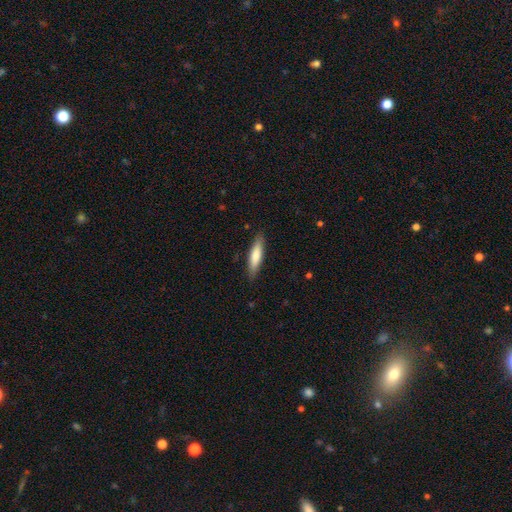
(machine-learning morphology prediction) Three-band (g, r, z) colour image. It shows a smooth galaxy with no disk features (73%) that is cigar-shaped (78%). Merging: none (88%).